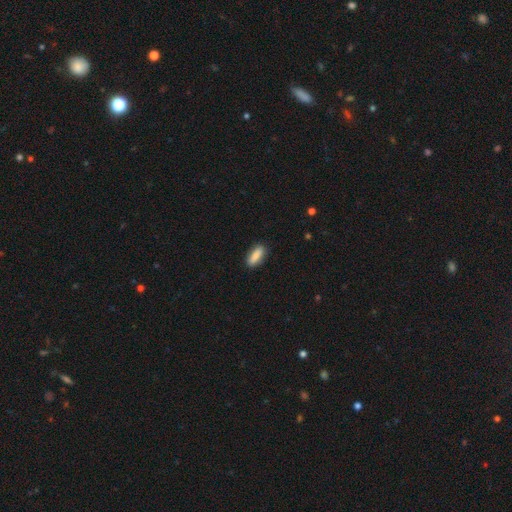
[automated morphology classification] Smooth or featured? Predicted: smooth (p=0.86). How rounded? Predicted: in between (p=0.62). Merging? Predicted: none (p=0.87).